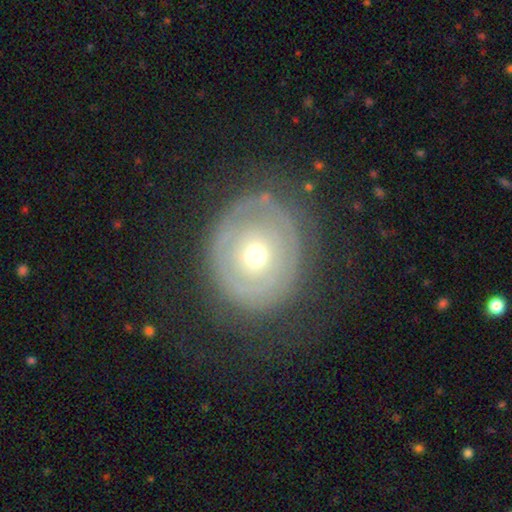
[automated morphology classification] Q: Smooth or featured?
A: featured or disk (59%); runner-up: smooth (34%)
Q: Edge-on disk?
A: no (95%); runner-up: yes (5%)
Q: Bar?
A: no (90%); runner-up: weak (7%)
Q: Spiral arms?
A: no (66%); runner-up: yes (34%)
Q: Bulge size?
A: small (49%); runner-up: moderate (47%)
Q: Merging?
A: none (70%); runner-up: minor disturbance (17%)